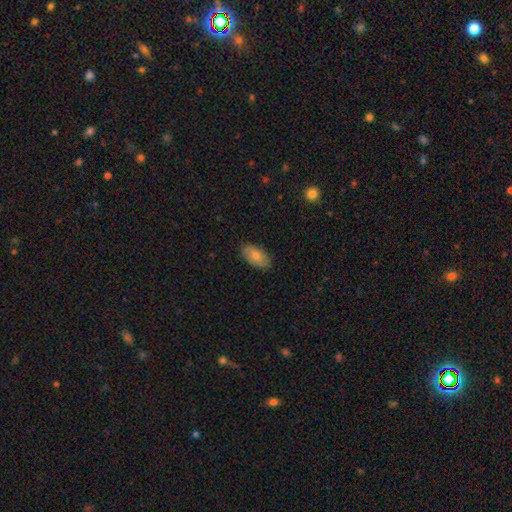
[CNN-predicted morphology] Overall: smooth (81%). How rounded: in between (94%). Merging: none (86%).